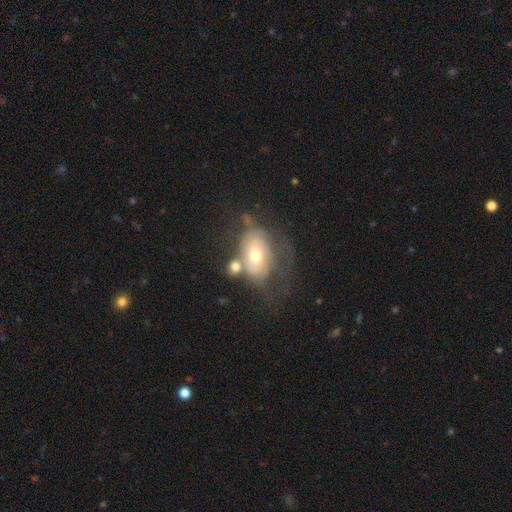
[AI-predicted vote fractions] Smooth or featured? Predicted: featured or disk (p=0.58). Edge-on disk? Predicted: no (p=0.94). Bar? Predicted: no (p=0.72). Spiral arms? Predicted: yes (p=0.64). Bulge size? Predicted: moderate (p=0.68). Merging? Predicted: none (p=0.34).